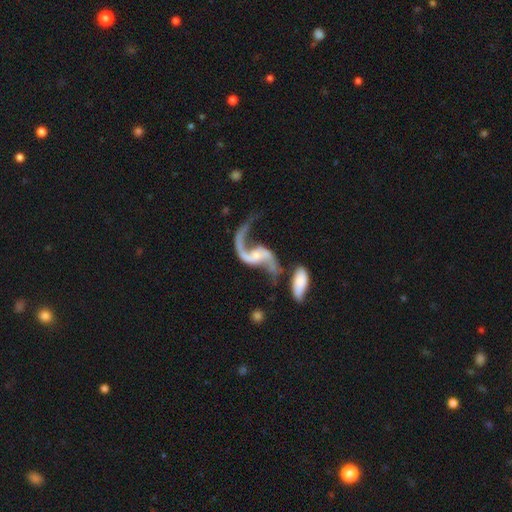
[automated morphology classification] Smooth or featured: featured or disk — 90% (smooth — 5%)
Edge-on disk: no — 97% (yes — 3%)
Bar: no — 45% (weak — 37%)
Spiral arms: yes — 95% (no — 5%)
Spiral winding: loose — 90% (medium — 8%)
Spiral arm count: 2 — 87% (1 — 9%)
Bulge size: small — 52% (moderate — 26%)
Merging: none — 40% (merger — 23%)